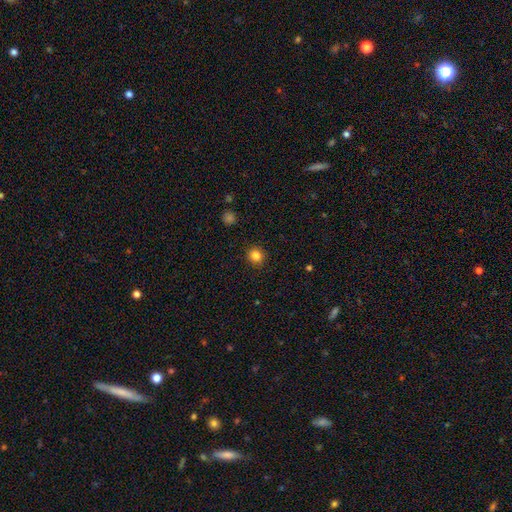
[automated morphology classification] Q: Smooth or featured?
A: smooth (84%); runner-up: star or artifact (12%)
Q: How rounded?
A: round (90%); runner-up: in between (9%)
Q: Merging?
A: none (91%); runner-up: minor disturbance (6%)